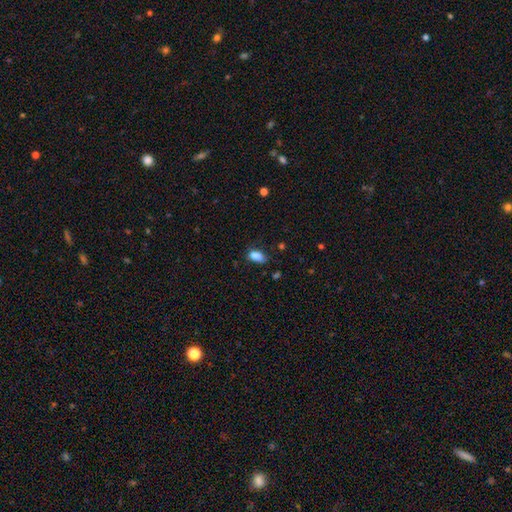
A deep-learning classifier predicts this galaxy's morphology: Q: Smooth or featured?
A: smooth (85%); runner-up: star or artifact (10%)
Q: How rounded?
A: in between (89%); runner-up: round (6%)
Q: Merging?
A: none (59%); runner-up: minor disturbance (29%)